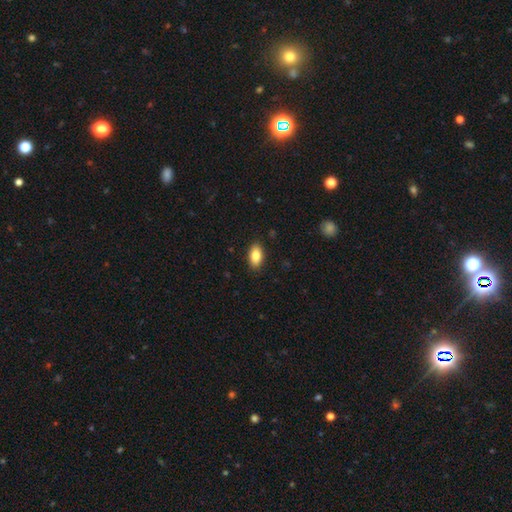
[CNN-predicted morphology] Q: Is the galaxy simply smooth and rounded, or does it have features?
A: smooth — 85%.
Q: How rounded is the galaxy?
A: in between — 91%.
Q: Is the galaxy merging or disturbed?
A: none — 89%.